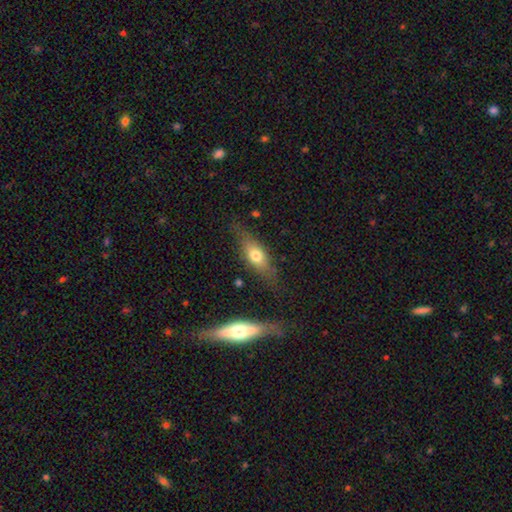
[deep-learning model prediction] This is possibly a smooth galaxy (54%). How rounded: possibly in between (55%). Merging: likely none (73%).